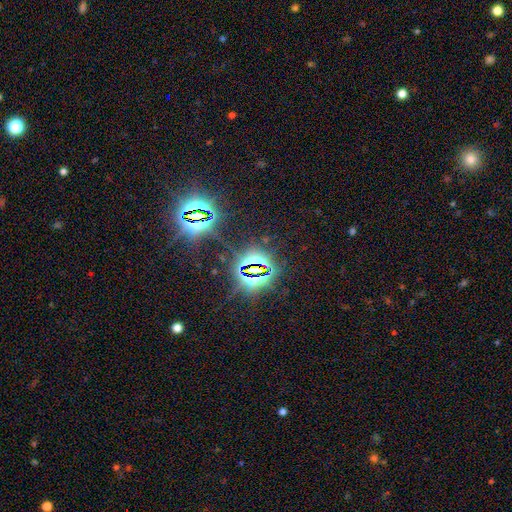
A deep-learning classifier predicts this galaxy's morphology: Overall: star or artifact (83%).